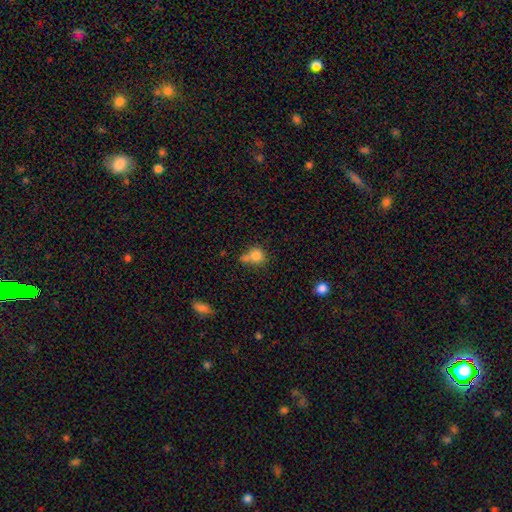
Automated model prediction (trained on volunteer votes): Smooth or featured?
  - smooth: 79% *
  - star or artifact: 11%
  - featured or disk: 10%
How rounded?
  - round: 77% *
  - in between: 22%
  - cigar-shaped: 1%
Merging?
  - none: 42% *
  - merger: 29%
  - minor disturbance: 20%
  - major disturbance: 9%